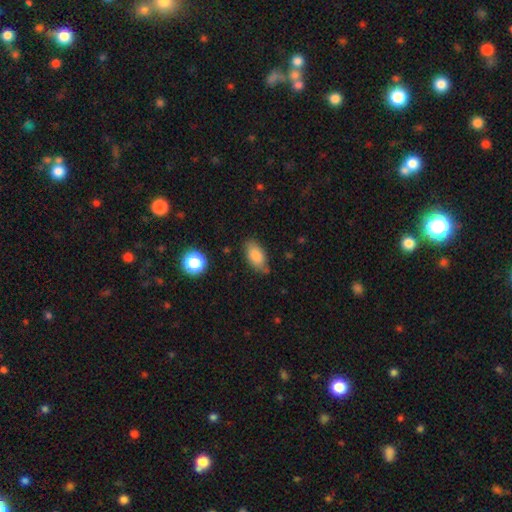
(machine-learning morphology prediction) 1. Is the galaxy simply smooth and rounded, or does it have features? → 84% smooth, 9% featured or disk, 7% star or artifact.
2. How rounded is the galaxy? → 91% in between, 5% cigar-shaped, 4% round.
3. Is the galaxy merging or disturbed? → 74% none, 19% minor disturbance, 4% major disturbance, 3% merger.